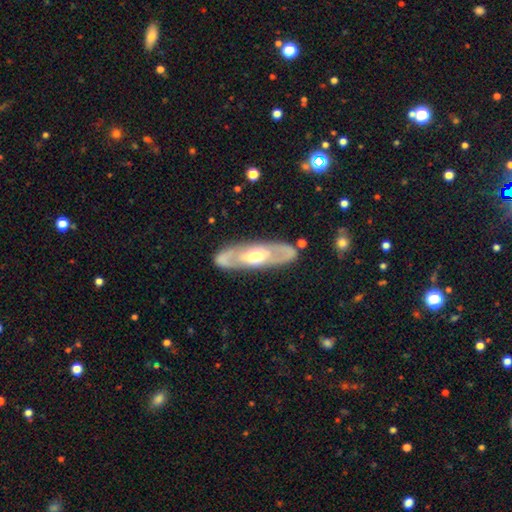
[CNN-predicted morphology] Q: Smooth or featured?
A: featured or disk (71%); runner-up: smooth (24%)
Q: Edge-on disk?
A: no (77%); runner-up: yes (23%)
Q: Bar?
A: no (67%); runner-up: weak (24%)
Q: Spiral arms?
A: yes (53%); runner-up: no (47%)
Q: Bulge size?
A: moderate (69%); runner-up: large (15%)
Q: Merging?
A: none (84%); runner-up: minor disturbance (11%)